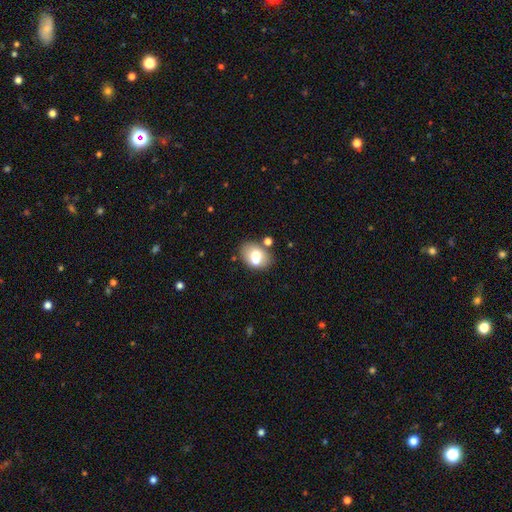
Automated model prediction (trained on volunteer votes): This is likely a smooth galaxy (67%). How rounded: likely in between (69%). Merging: possibly none (60%).